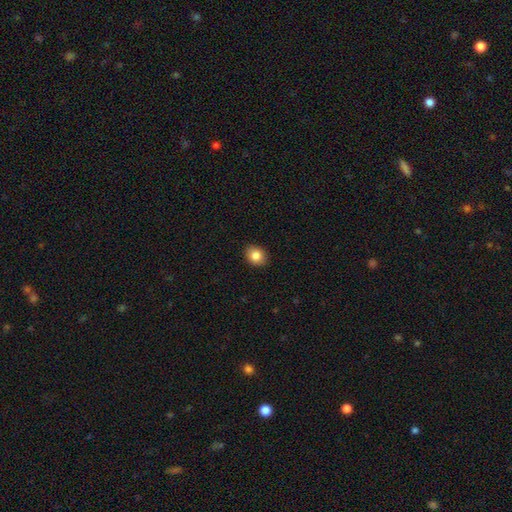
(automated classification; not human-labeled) Smooth or featured? Predicted: smooth (p=0.85). How rounded? Predicted: round (p=0.52). Merging? Predicted: none (p=0.90).